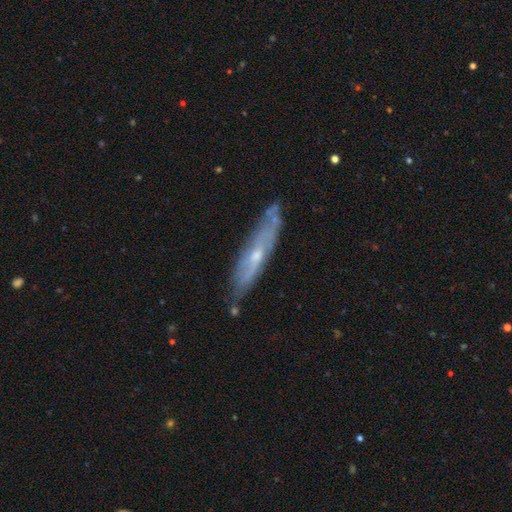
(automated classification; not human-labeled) Q: Smooth or featured?
A: featured or disk (66%); runner-up: smooth (27%)
Q: Edge-on disk?
A: yes (56%); runner-up: no (44%)
Q: Merging?
A: none (70%); runner-up: minor disturbance (21%)